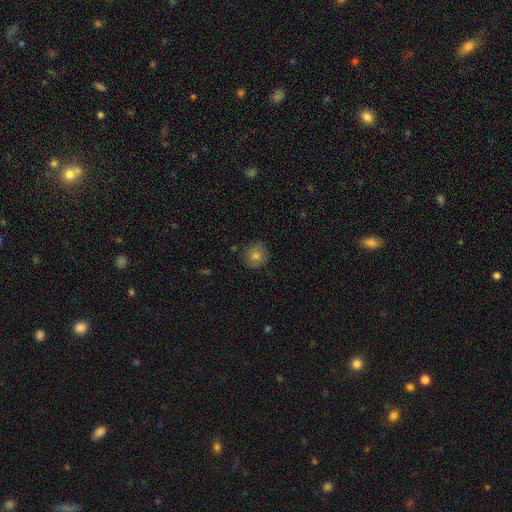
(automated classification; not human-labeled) The model was most divided on "smooth or featured": smooth: 74%, featured or disk: 14%, star or artifact: 12%. More confident: how rounded — round (85%); merging — none (84%).